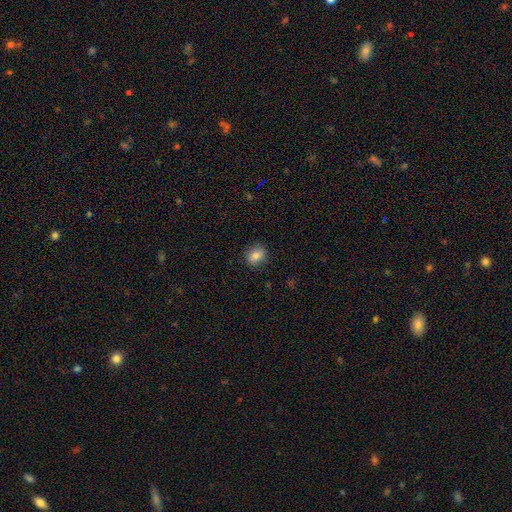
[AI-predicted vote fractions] Overall: smooth (82%). How rounded: round (57%; in between 42%). Merging: none (85%).